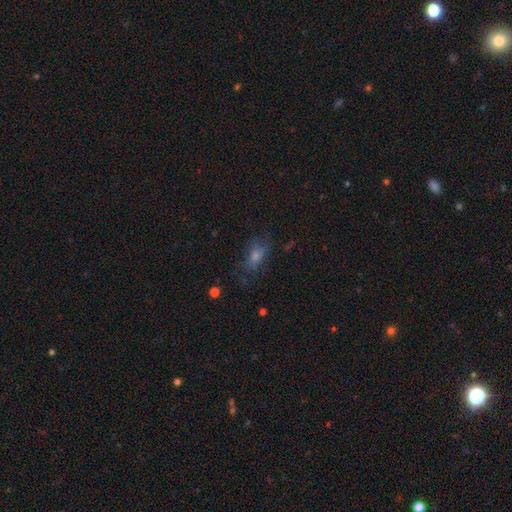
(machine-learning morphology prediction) This is possibly a smooth galaxy (49%). Merging: likely none (66%).